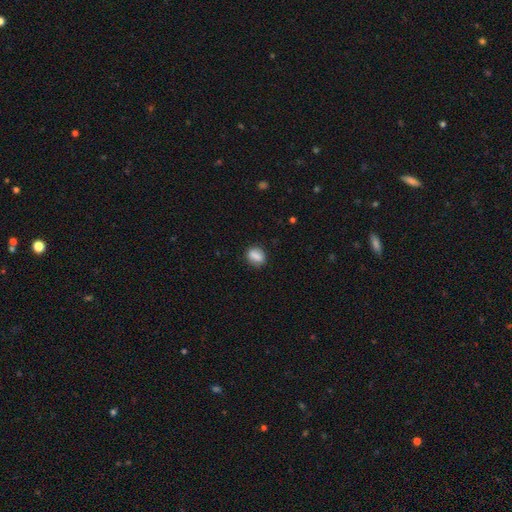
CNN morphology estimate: The model was most divided on "how rounded": in between: 59%, round: 37%, cigar-shaped: 3%. More confident: smooth or featured — smooth (85%); merging — none (84%).